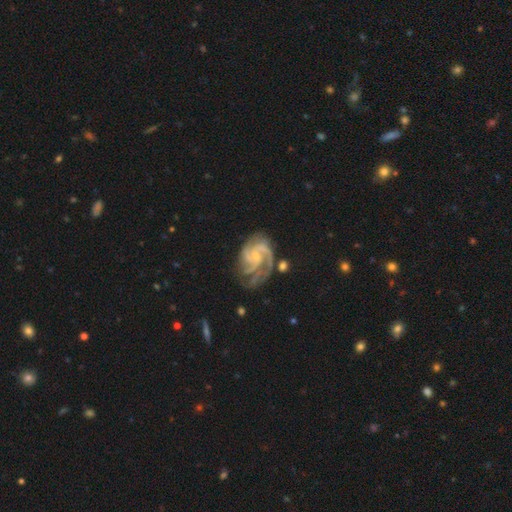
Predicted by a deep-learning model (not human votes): featured or disk 90%, star or artifact 5%, smooth 5%. Down the decision tree: edge-on disk — no (98%); bar — no (55%); spiral arms — yes (98%); spiral arm count — 3 (46%); spiral winding — tight (45%, tied with medium); bulge size — small (60%); merging — none (55%).